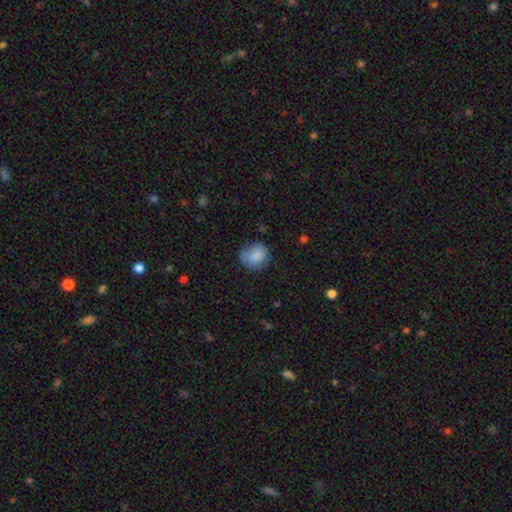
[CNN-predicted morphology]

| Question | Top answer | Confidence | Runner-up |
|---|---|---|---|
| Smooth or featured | smooth | 79% | featured or disk (13%) |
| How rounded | round | 63% | in between (36%) |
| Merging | none | 56% | minor disturbance (29%) |